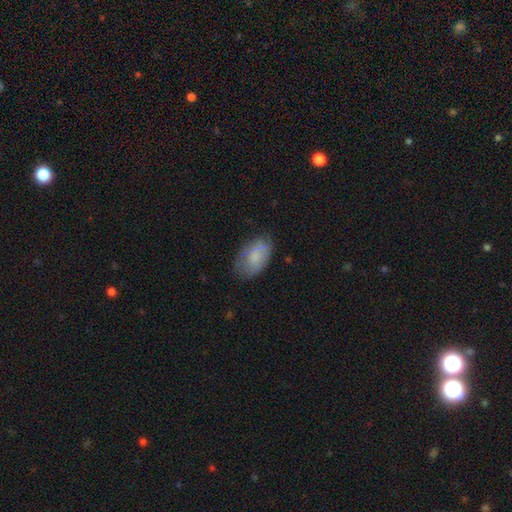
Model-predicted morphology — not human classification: Q: Smooth or featured?
A: smooth (71%); runner-up: featured or disk (23%)
Q: How rounded?
A: in between (92%); runner-up: round (6%)
Q: Merging?
A: none (65%); runner-up: minor disturbance (26%)